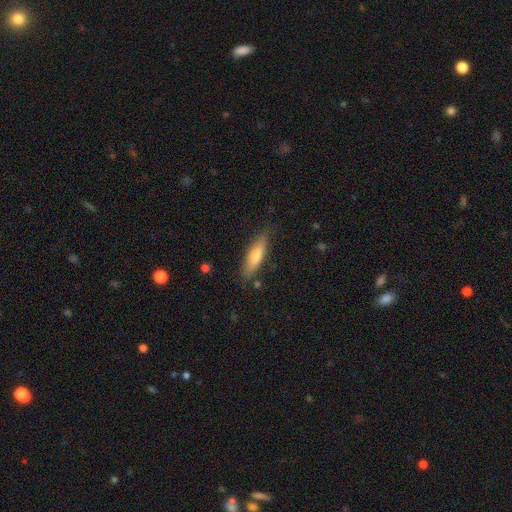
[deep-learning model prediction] Smooth or featured? smooth (64%)
How rounded? cigar-shaped (68%)
Merging? none (81%)